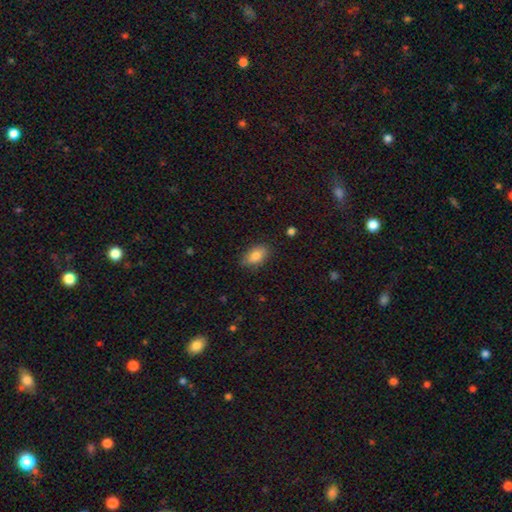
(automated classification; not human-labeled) smooth_or_featured: smooth (p=0.85) [alt: star or artifact p=0.08]
how_rounded: in between (p=0.90) [alt: round p=0.08]
merging: none (p=0.81) [alt: minor disturbance p=0.15]